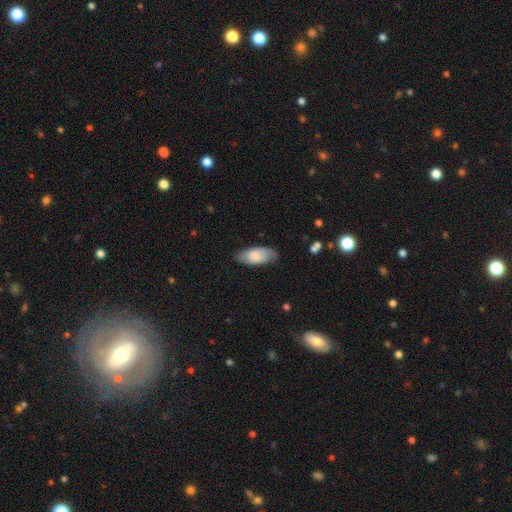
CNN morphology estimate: This is likely a smooth galaxy (77%). How rounded: clearly in between (90%). Merging: likely none (75%).